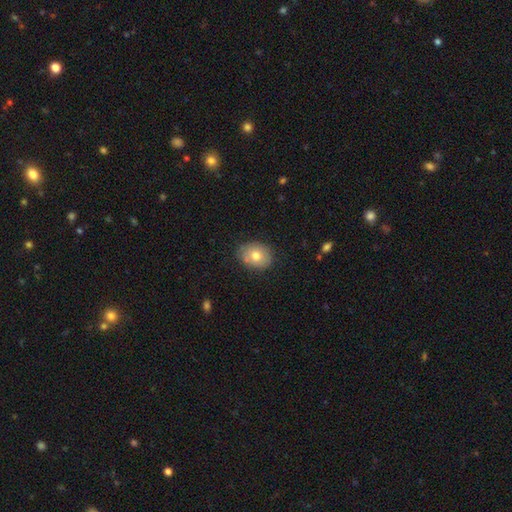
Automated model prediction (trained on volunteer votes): Smooth or featured?
  - smooth: 72% *
  - featured or disk: 19%
  - star or artifact: 8%
How rounded?
  - in between: 59% *
  - round: 40%
  - cigar-shaped: 1%
Merging?
  - none: 79% *
  - minor disturbance: 16%
  - major disturbance: 3%
  - merger: 2%